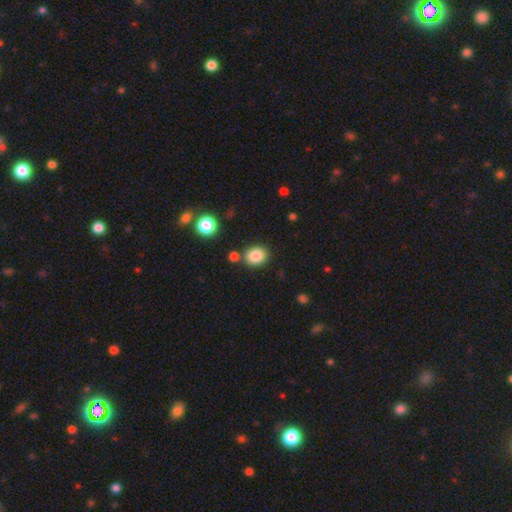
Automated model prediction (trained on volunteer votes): smooth 85%, star or artifact 9%, featured or disk 5%. Down the decision tree: how rounded — round (53%); merging — none (79%).